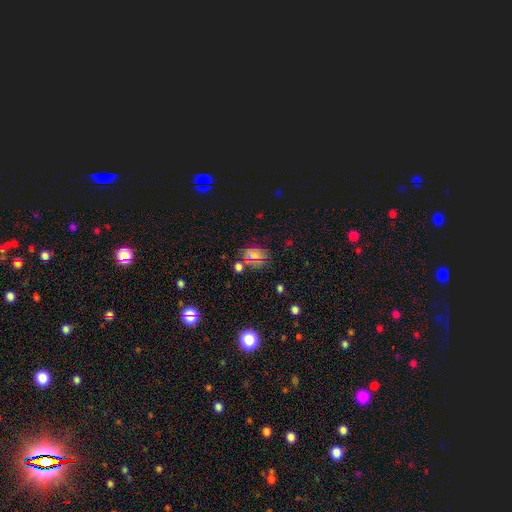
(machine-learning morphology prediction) smooth_or_featured: smooth (p=0.45) [alt: star or artifact p=0.36]
merging: none (p=0.64) [alt: minor disturbance p=0.17]